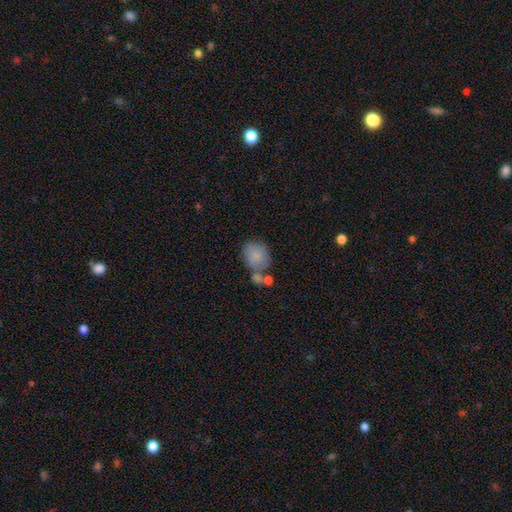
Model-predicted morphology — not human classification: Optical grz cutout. It shows a smooth galaxy with no disk features (81%) that is in between round and cigar-shaped (52%). Merging: none (49%).